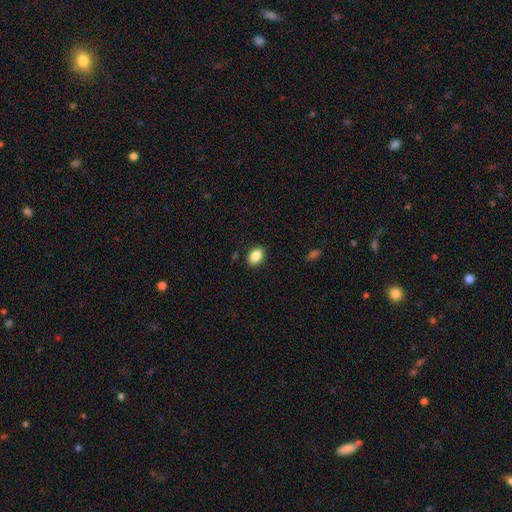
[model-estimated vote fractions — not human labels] smooth_or_featured: smooth (p=0.87) [alt: star or artifact p=0.08]
how_rounded: in between (p=0.81) [alt: round p=0.18]
merging: none (p=0.88) [alt: minor disturbance p=0.08]